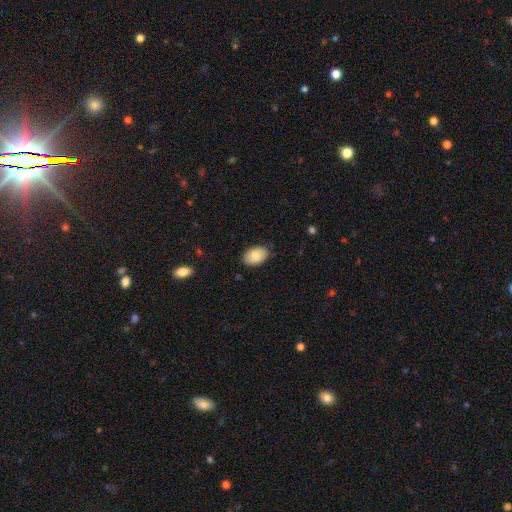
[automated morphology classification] Q: Smooth or featured?
A: smooth (82%); runner-up: featured or disk (12%)
Q: How rounded?
A: in between (91%); runner-up: round (8%)
Q: Merging?
A: none (84%); runner-up: minor disturbance (12%)